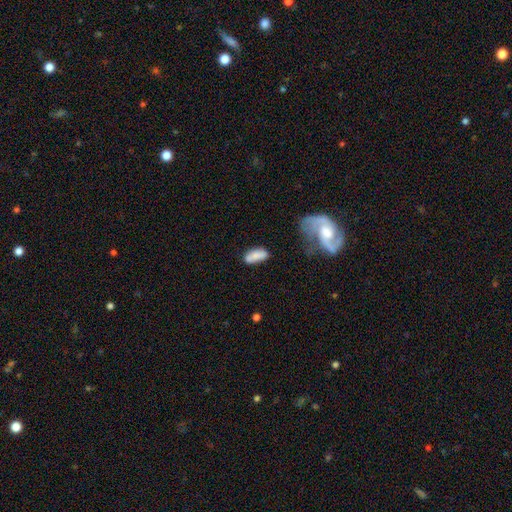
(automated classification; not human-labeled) smooth_or_featured: smooth (p=0.74) [alt: featured or disk p=0.18]
how_rounded: in between (p=0.84) [alt: cigar-shaped p=0.13]
merging: none (p=0.61) [alt: minor disturbance p=0.22]